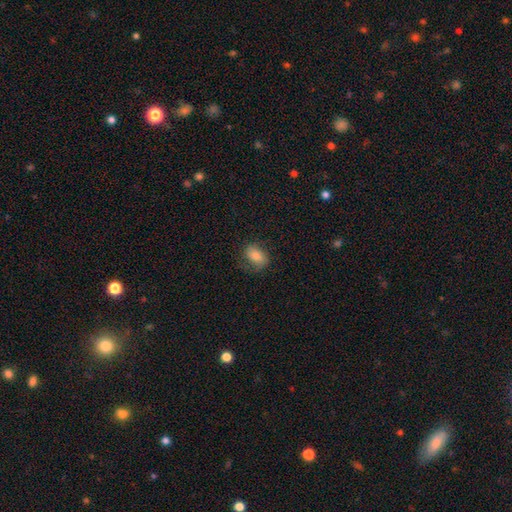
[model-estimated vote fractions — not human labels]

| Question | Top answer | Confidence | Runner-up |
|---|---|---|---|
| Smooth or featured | smooth | 70% | featured or disk (21%) |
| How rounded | in between | 79% | round (19%) |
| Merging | none | 66% | minor disturbance (22%) |